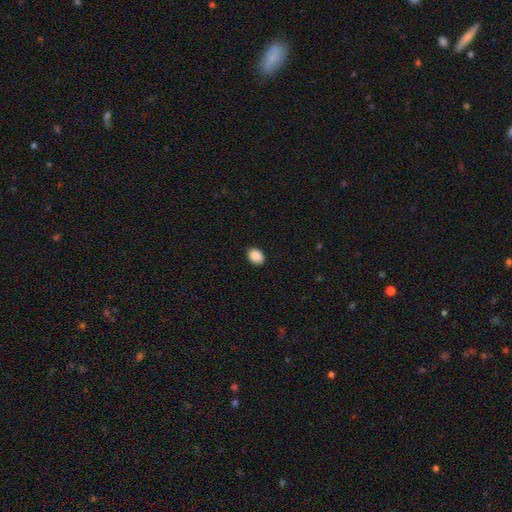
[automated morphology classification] Smooth or featured? smooth (90%)
How rounded? in between (66%)
Merging? none (89%)